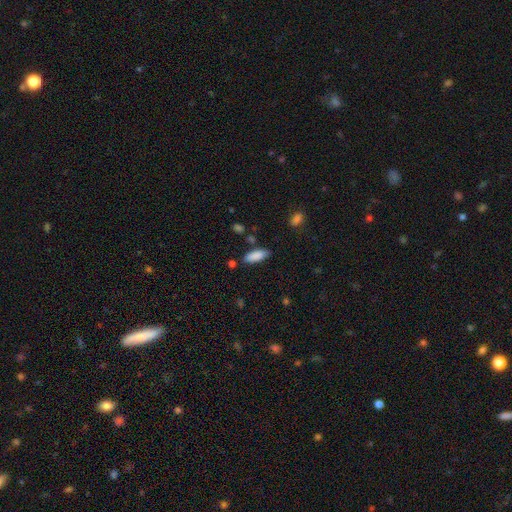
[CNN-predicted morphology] Smooth or featured?
  - smooth: 87% *
  - star or artifact: 7%
  - featured or disk: 6%
How rounded?
  - in between: 70% *
  - cigar-shaped: 28%
  - round: 2%
Merging?
  - none: 78% *
  - minor disturbance: 14%
  - merger: 4%
  - major disturbance: 3%